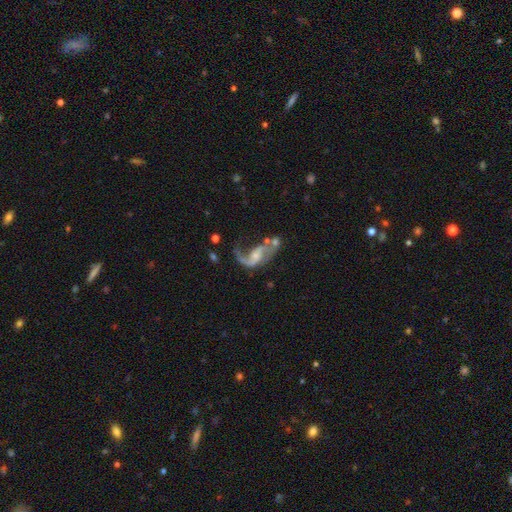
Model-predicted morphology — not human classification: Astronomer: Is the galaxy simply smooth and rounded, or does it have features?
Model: featured or disk — 81%.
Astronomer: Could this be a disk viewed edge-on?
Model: no — 96%.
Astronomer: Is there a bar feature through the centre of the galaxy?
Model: no — 48% (runner-up: weak, 39%).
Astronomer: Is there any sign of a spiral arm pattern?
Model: yes — 88%.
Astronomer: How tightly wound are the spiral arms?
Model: loose — 76%.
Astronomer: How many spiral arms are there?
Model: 2 — 69%.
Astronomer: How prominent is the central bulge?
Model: small — 51% (runner-up: moderate, 32%).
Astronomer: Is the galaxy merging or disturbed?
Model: none — 32% (runner-up: major disturbance, 31%).